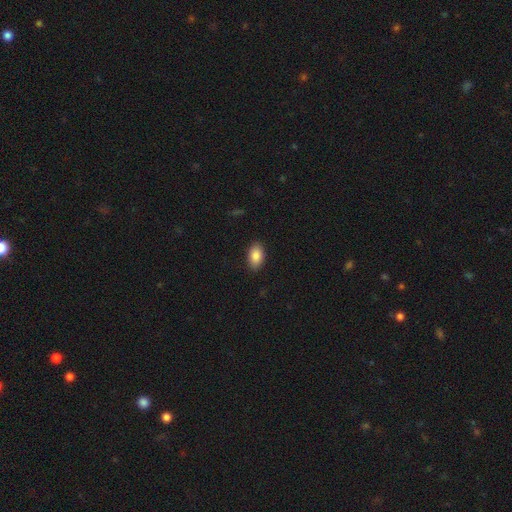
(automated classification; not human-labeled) Smooth or featured? smooth (87%)
How rounded? in between (92%)
Merging? none (88%)